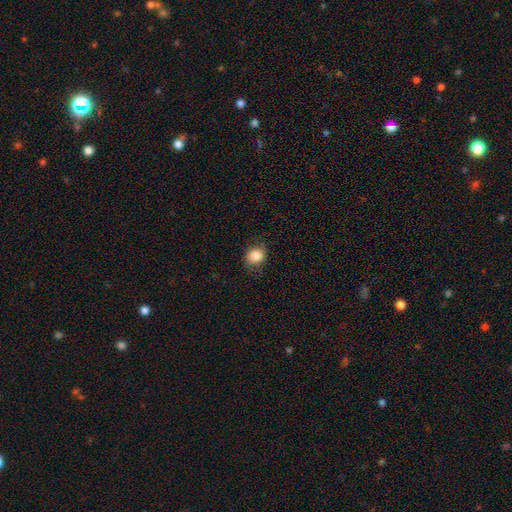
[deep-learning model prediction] smooth_or_featured: smooth (p=0.83) [alt: featured or disk p=0.09]
how_rounded: round (p=0.63) [alt: in between p=0.36]
merging: none (p=0.75) [alt: minor disturbance p=0.18]